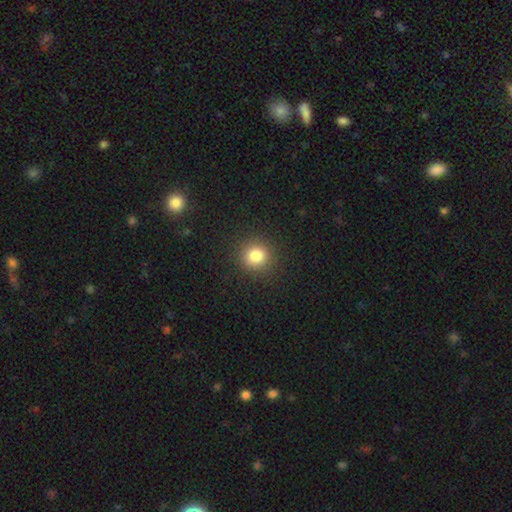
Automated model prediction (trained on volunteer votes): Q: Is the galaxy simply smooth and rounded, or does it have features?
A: smooth — 83%.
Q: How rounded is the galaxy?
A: round — 90%.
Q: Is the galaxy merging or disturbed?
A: none — 90%.